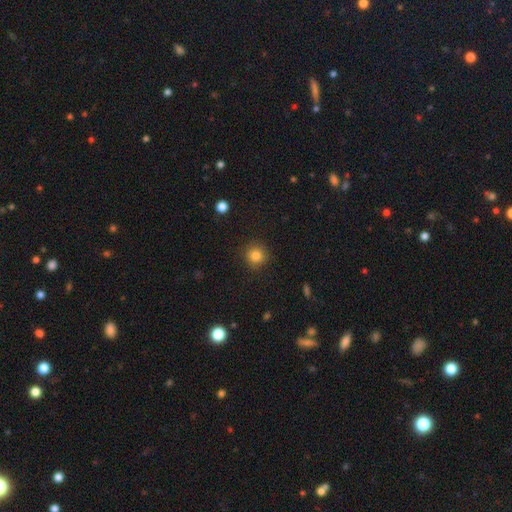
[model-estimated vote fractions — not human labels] The model was most divided on "smooth or featured": smooth: 84%, star or artifact: 11%, featured or disk: 5%. More confident: how rounded — round (92%); merging — none (89%).